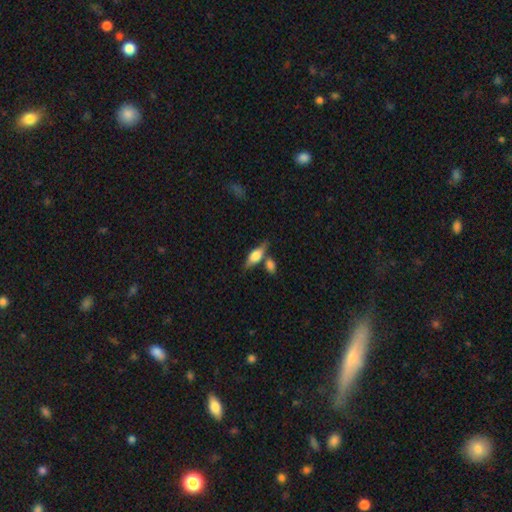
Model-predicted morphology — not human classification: Smooth or featured: smooth — 61% (featured or disk — 32%)
How rounded: in between — 71% (cigar-shaped — 24%)
Merging: none — 55% (merger — 23%)